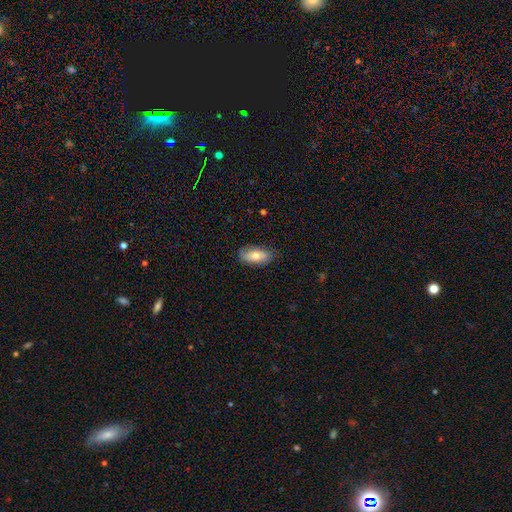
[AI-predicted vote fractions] Smooth or featured: smooth — 71% (featured or disk — 23%)
How rounded: in between — 90% (cigar-shaped — 7%)
Merging: none — 79% (minor disturbance — 17%)